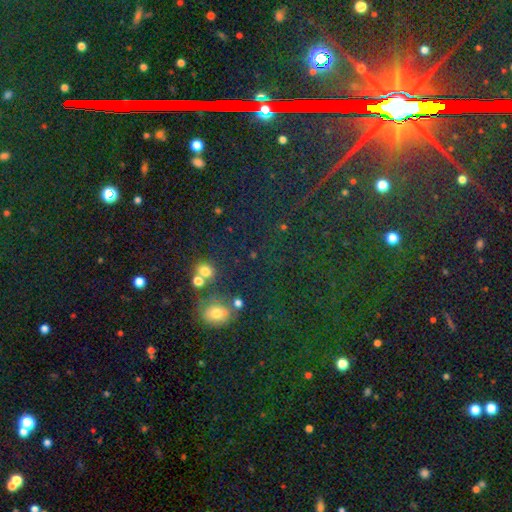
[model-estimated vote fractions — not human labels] star or artifact 61%, smooth 29%, featured or disk 10%.